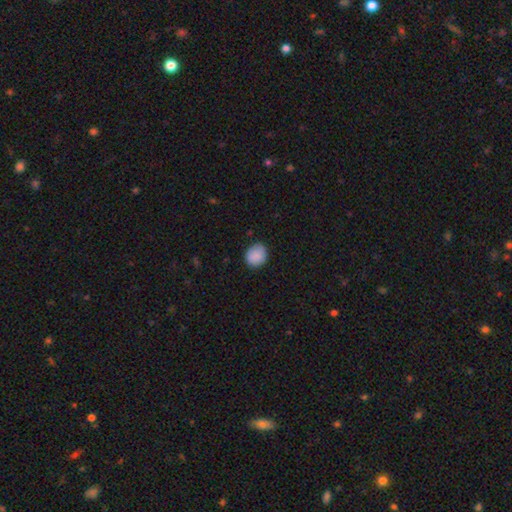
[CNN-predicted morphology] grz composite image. It shows a smooth galaxy with no disk features (88%) that is round (72%). Merging: none (80%).